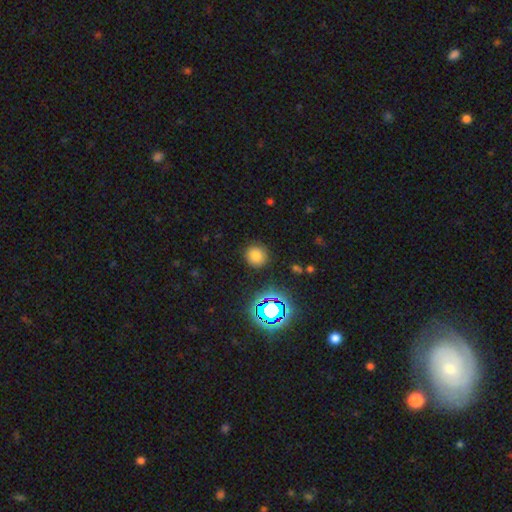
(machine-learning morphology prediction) Q: Smooth or featured?
A: smooth (73%); runner-up: star or artifact (20%)
Q: How rounded?
A: round (91%); runner-up: in between (8%)
Q: Merging?
A: none (88%); runner-up: minor disturbance (8%)